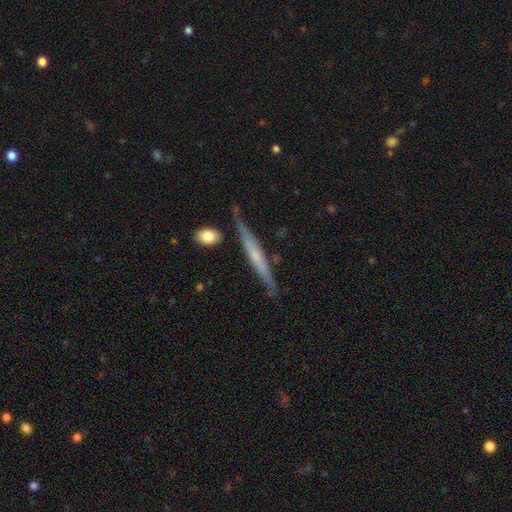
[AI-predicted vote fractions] smooth-or-featured: featured or disk: 64% | smooth: 30% | star or artifact: 6%
  disk-edge-on: yes: 93% | no: 7%
    edge-on-bulge: none: 52% | rounded: 38% | boxy: 10%
  merging: none: 78% | minor disturbance: 15% | merger: 4% | major disturbance: 3%